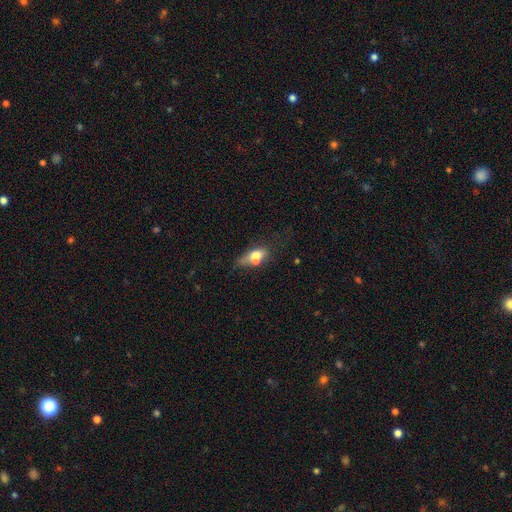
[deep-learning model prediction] Smooth or featured? Predicted: smooth (p=0.61). How rounded? Predicted: in between (p=0.74). Merging? Predicted: merger (p=0.40).